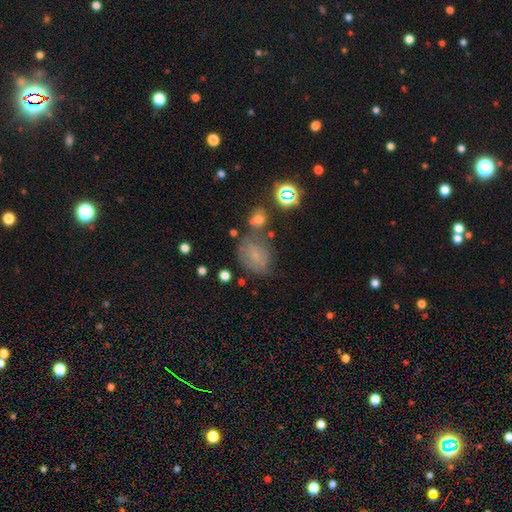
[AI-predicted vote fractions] smooth 56%, featured or disk 27%, star or artifact 18%. Down the decision tree: how rounded — round (52%); merging — none (54%).